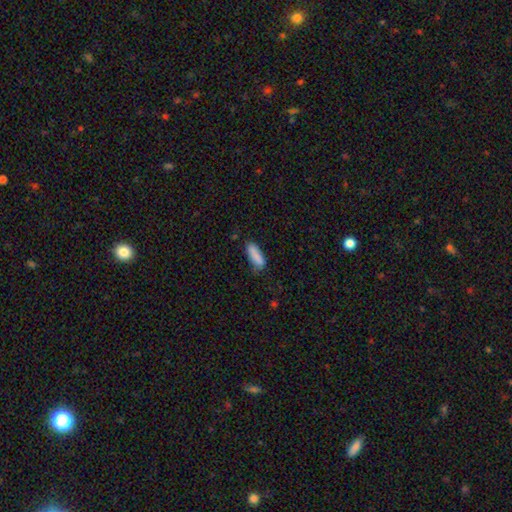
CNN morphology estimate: smooth-or-featured: smooth: 86% | star or artifact: 7% | featured or disk: 7%
  how-rounded: in between: 54% | cigar-shaped: 44% | round: 2%
  merging: none: 67% | minor disturbance: 24% | major disturbance: 6% | merger: 3%